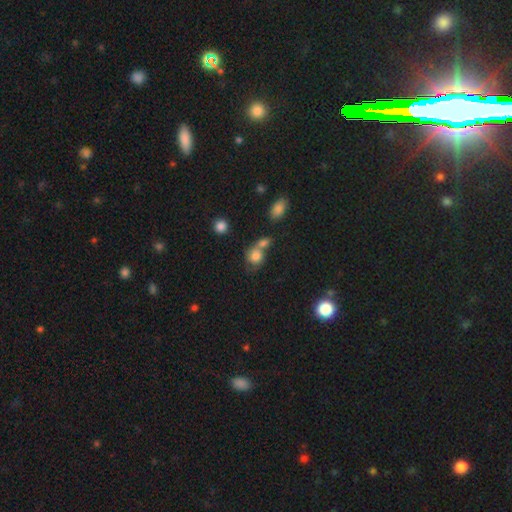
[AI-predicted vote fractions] This is likely a smooth galaxy (78%). How rounded: likely round (72%). Merging: marginally merger (44%).